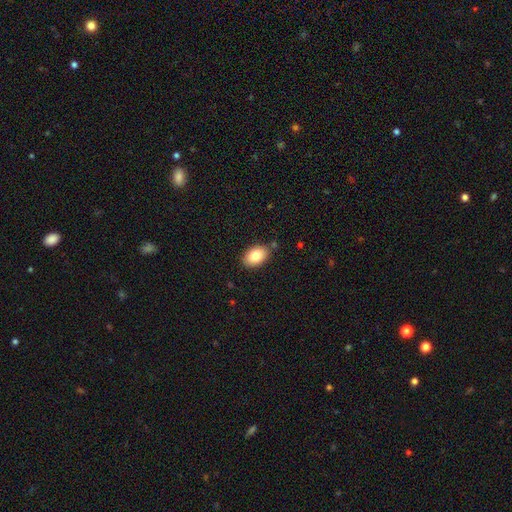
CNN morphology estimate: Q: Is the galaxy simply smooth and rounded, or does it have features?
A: smooth — 82%.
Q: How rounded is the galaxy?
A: in between — 87%.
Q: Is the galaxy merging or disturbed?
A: none — 83%.